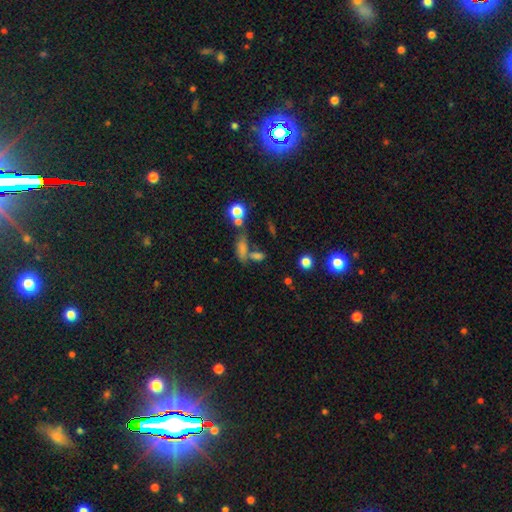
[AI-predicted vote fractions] This is possibly a smooth galaxy (57%). How rounded: marginally in between (45%). Merging: possibly none (47%).